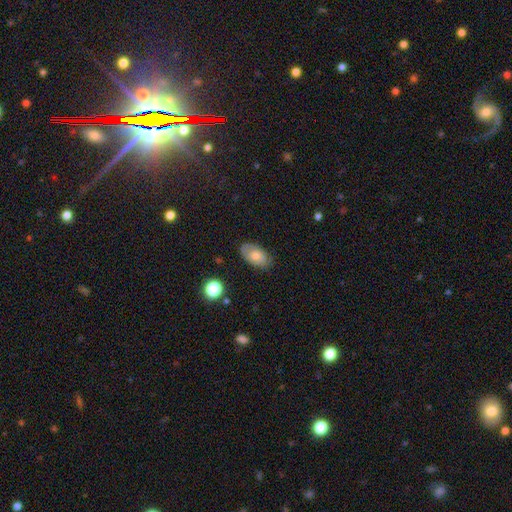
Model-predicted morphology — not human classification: A smooth galaxy with no disk features (68%) that is in between round and cigar-shaped (92%).

Vote fractions:
- Smooth or featured? smooth: 68% / featured or disk: 24% / star or artifact: 8%
- How rounded? in between: 92% / round: 6% / cigar-shaped: 2%
- Merging? none: 77% / minor disturbance: 18% / major disturbance: 4% / merger: 1%